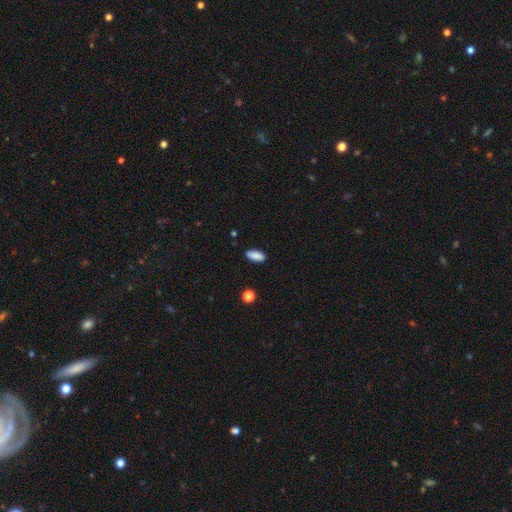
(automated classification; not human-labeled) Q: Smooth or featured?
A: smooth (88%); runner-up: star or artifact (8%)
Q: How rounded?
A: in between (84%); runner-up: cigar-shaped (13%)
Q: Merging?
A: none (85%); runner-up: minor disturbance (12%)